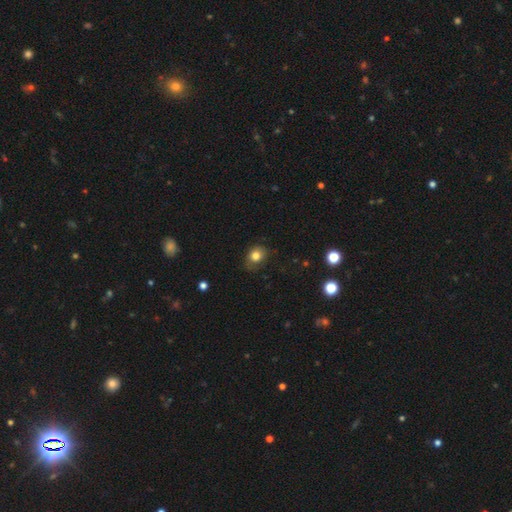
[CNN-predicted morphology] Overall: smooth (80%). How rounded: round (53%; in between 46%). Merging: none (67%).